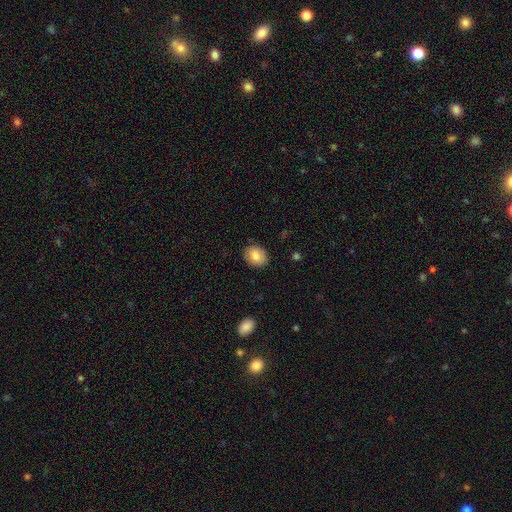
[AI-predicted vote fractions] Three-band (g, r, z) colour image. It shows a smooth galaxy with no disk features (85%) that is round (52%). Merging: none (88%).